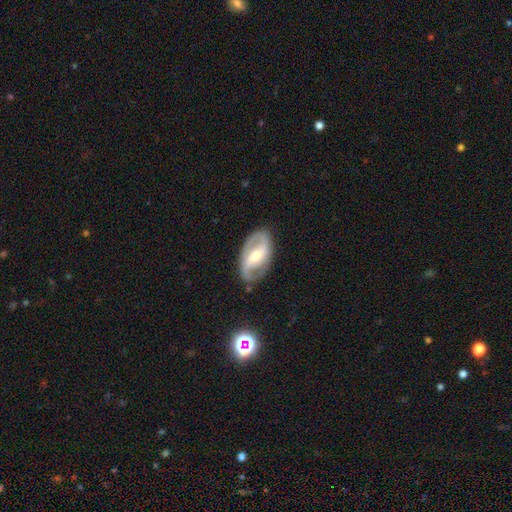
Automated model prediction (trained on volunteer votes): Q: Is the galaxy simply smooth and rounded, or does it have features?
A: featured or disk — 85%.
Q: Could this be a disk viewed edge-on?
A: no — 96%.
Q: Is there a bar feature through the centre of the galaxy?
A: strong — 43%.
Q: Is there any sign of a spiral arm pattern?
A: yes — 91%.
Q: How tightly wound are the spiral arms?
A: medium — 50%.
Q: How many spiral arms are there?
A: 2 — 90%.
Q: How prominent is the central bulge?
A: moderate — 60%.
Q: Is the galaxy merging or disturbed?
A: none — 83%.